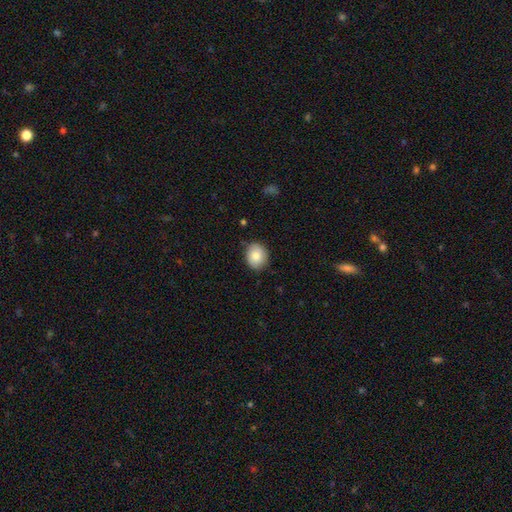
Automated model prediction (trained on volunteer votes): A smooth galaxy with no disk features (81%) that is round (67%).

Vote fractions:
- Smooth or featured? smooth: 81% / featured or disk: 11% / star or artifact: 8%
- How rounded? round: 67% / in between: 32% / cigar-shaped: 1%
- Merging? none: 83% / minor disturbance: 14% / major disturbance: 2% / merger: 1%